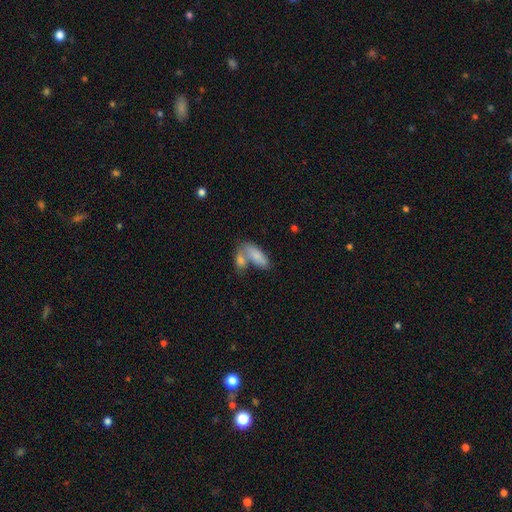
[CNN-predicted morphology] The model was most divided on "merging": merger: 56%, none: 28%, minor disturbance: 10%, major disturbance: 6%. More confident: how rounded — in between (83%); smooth or featured — smooth (78%).